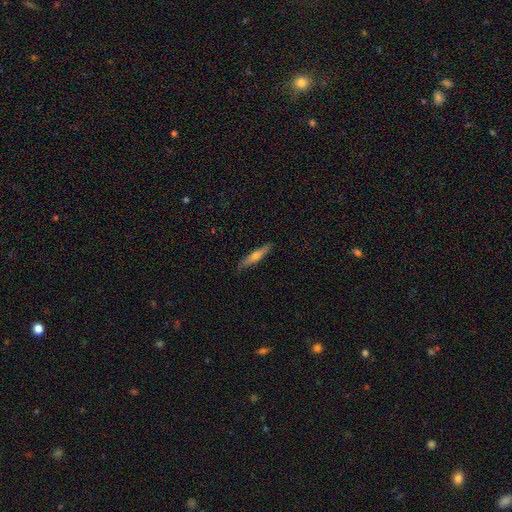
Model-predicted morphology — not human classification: A smooth galaxy with no disk features (52%) that is cigar-shaped (90%). Merging: none (87%).